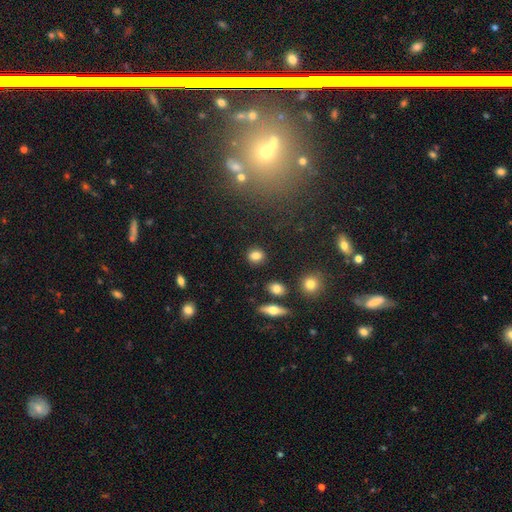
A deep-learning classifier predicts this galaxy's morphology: Q: Smooth or featured?
A: smooth (83%); runner-up: star or artifact (10%)
Q: How rounded?
A: round (66%); runner-up: in between (32%)
Q: Merging?
A: none (87%); runner-up: minor disturbance (8%)